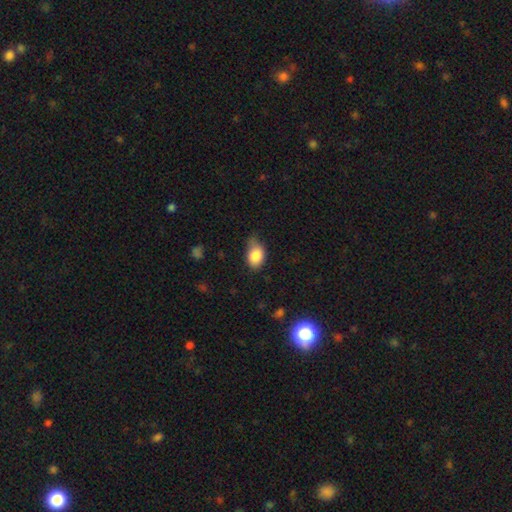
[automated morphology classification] Overall: smooth (84%). How rounded: in between (82%). Merging: none (49%; minor disturbance 40%).